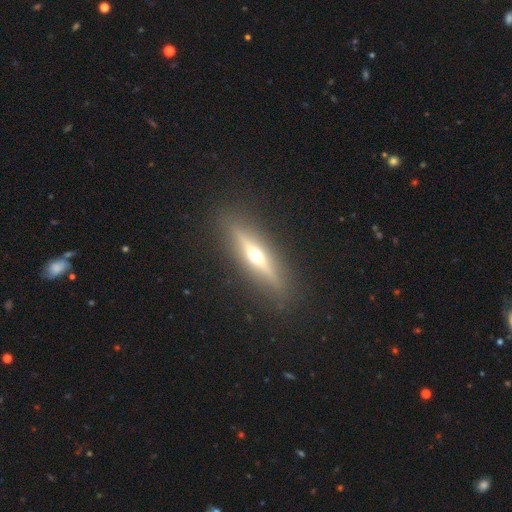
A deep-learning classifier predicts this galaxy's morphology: smooth_or_featured: featured or disk (p=0.67) [alt: smooth p=0.25]
disk_edge_on: yes (p=0.93) [alt: no p=0.07]
edge_on_bulge: rounded (p=0.95) [alt: none p=0.03]
merging: none (p=0.89) [alt: minor disturbance p=0.07]